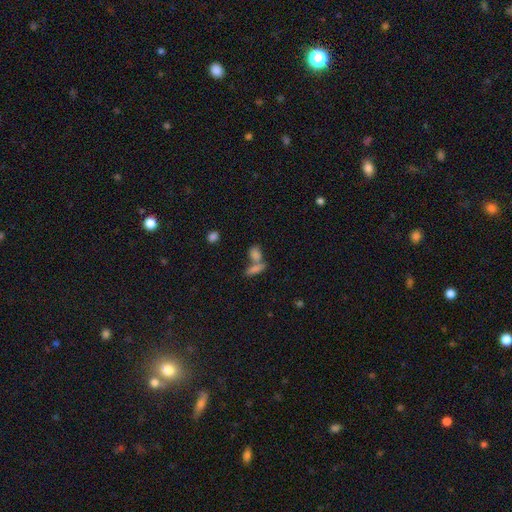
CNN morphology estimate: This appears to be a smooth galaxy with no disk features (76%) that is in between round and cigar-shaped (68%). Merging: merger (50%).